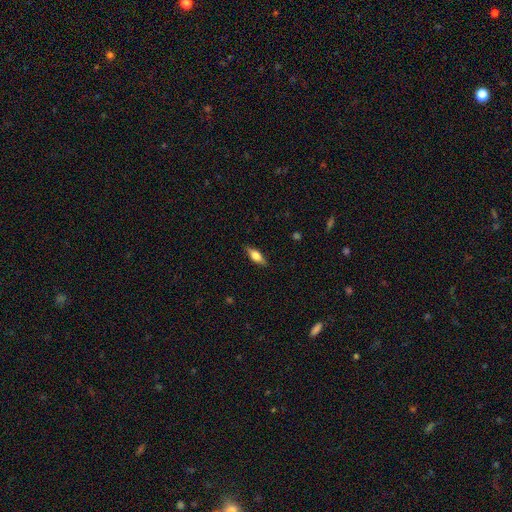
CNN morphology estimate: smooth_or_featured: smooth (p=0.59) [alt: featured or disk p=0.34]
how_rounded: in between (p=0.64) [alt: cigar-shaped p=0.32]
merging: none (p=0.85) [alt: minor disturbance p=0.11]